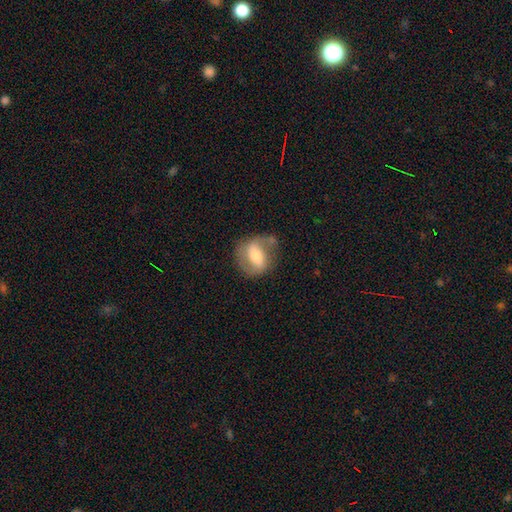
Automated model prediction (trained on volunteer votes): Smooth or featured? Predicted: featured or disk (p=0.62). Edge-on disk? Predicted: no (p=0.94). Bar? Predicted: strong (p=0.48). Spiral arms? Predicted: yes (p=0.75). Bulge size? Predicted: moderate (p=0.57). Merging? Predicted: none (p=0.61).